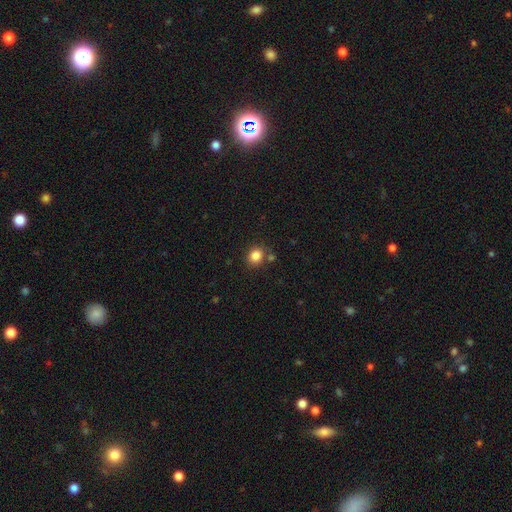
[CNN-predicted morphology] Q: Smooth or featured?
A: smooth (84%); runner-up: star or artifact (11%)
Q: How rounded?
A: round (73%); runner-up: in between (26%)
Q: Merging?
A: none (77%); runner-up: minor disturbance (11%)